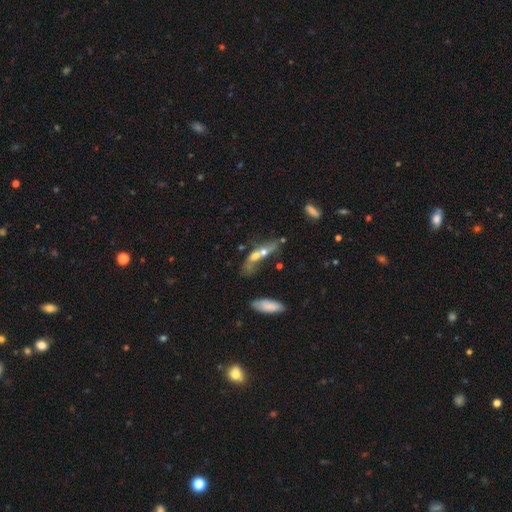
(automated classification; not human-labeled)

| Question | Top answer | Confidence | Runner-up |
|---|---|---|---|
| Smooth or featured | smooth | 46% | featured or disk (43%) |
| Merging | merger | 55% | none (20%) |